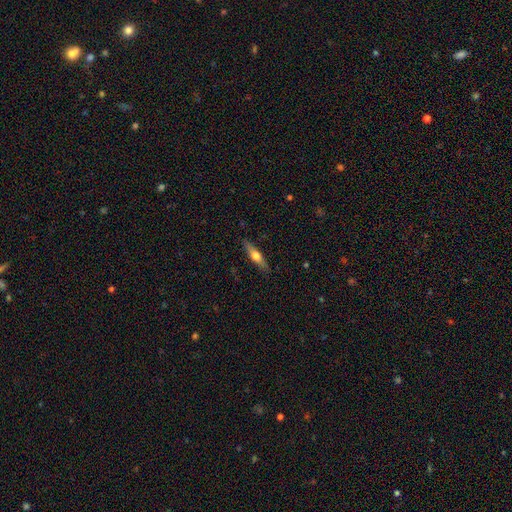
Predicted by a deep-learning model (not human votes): A smooth galaxy with no disk features (49%). Merging: none (86%).